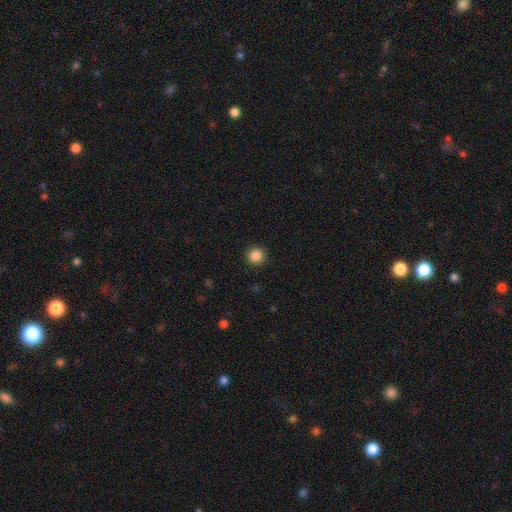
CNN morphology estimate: A smooth galaxy with no disk features (86%) that is round (95%).

Vote fractions:
- Smooth or featured? smooth: 86% / star or artifact: 11% / featured or disk: 3%
- How rounded? round: 95% / in between: 4% / cigar-shaped: 1%
- Merging? none: 92% / minor disturbance: 5% / major disturbance: 2% / merger: 1%